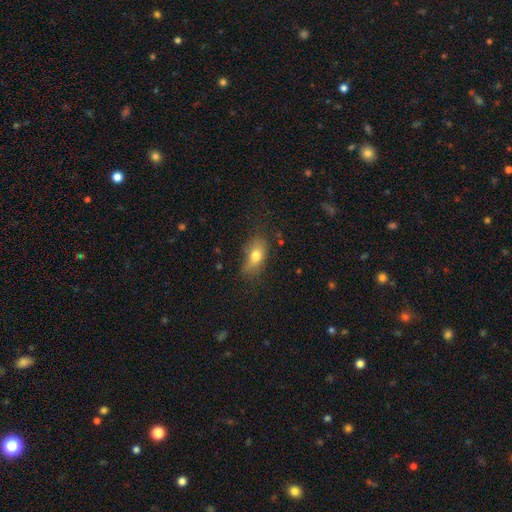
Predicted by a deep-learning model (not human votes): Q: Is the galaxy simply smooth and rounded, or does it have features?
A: smooth — 76%.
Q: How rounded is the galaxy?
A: in between — 84%.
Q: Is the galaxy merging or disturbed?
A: none — 56%.